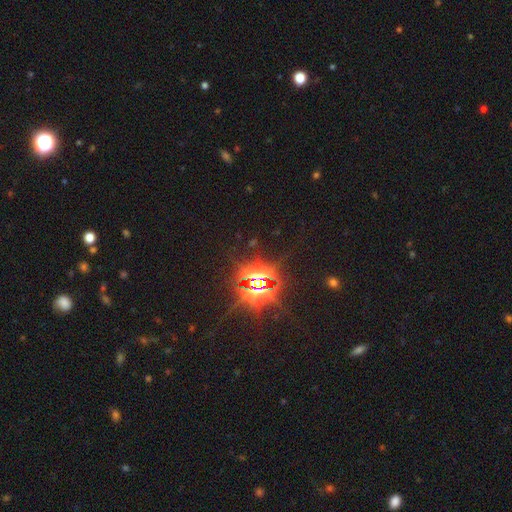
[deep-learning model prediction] smooth_or_featured: star or artifact (p=0.83) [alt: smooth p=0.10]